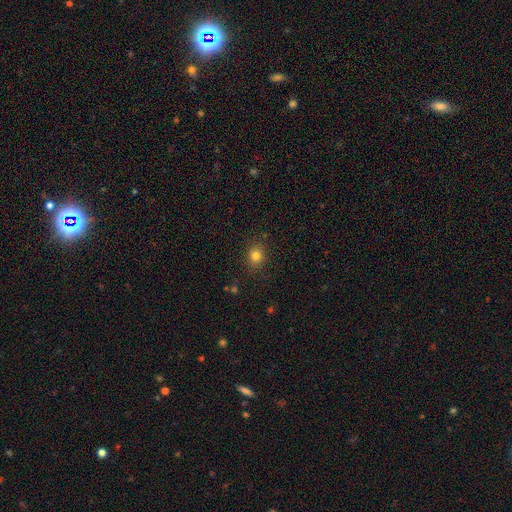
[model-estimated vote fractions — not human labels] This appears to be a smooth galaxy with no disk features (80%) that is round (74%). Merging: none (88%).